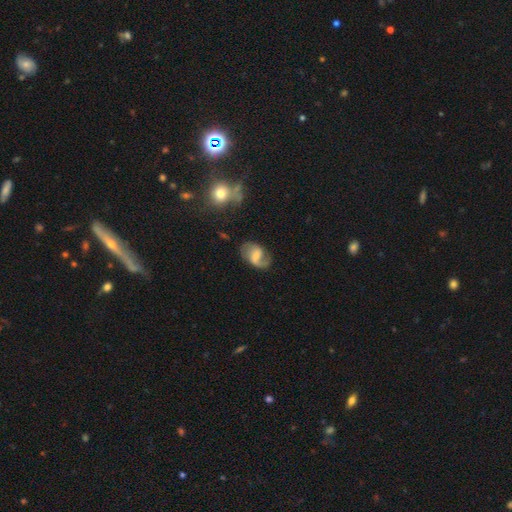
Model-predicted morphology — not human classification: Smooth or featured: featured or disk — 72% (smooth — 21%)
Edge-on disk: no — 97% (yes — 3%)
Bar: weak — 55% (no — 25%)
Spiral arms: yes — 91% (no — 9%)
Spiral winding: loose — 47% (medium — 41%)
Spiral arm count: 2 — 76% (1 — 15%)
Bulge size: small — 39% (moderate — 34%)
Merging: none — 64% (minor disturbance — 21%)